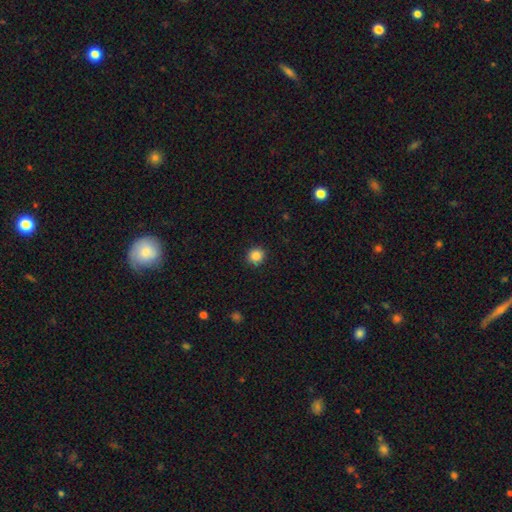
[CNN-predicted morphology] Q: Smooth or featured?
A: smooth (86%); runner-up: star or artifact (10%)
Q: How rounded?
A: round (93%); runner-up: in between (6%)
Q: Merging?
A: none (92%); runner-up: minor disturbance (5%)